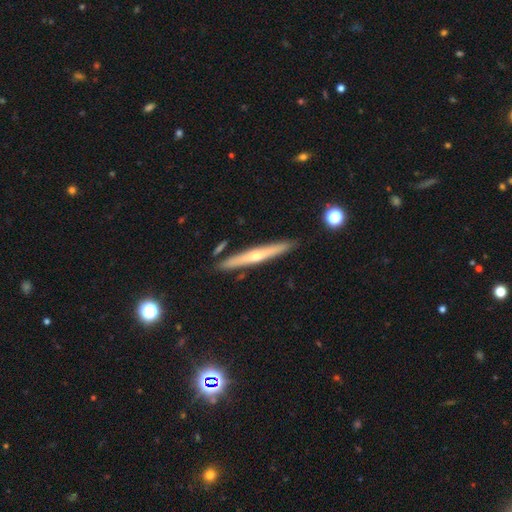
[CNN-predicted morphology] Smooth or featured: featured or disk — 61% (smooth — 33%)
Edge-on disk: yes — 96% (no — 4%)
Edge-on bulge: rounded — 76% (none — 21%)
Merging: none — 88% (minor disturbance — 8%)